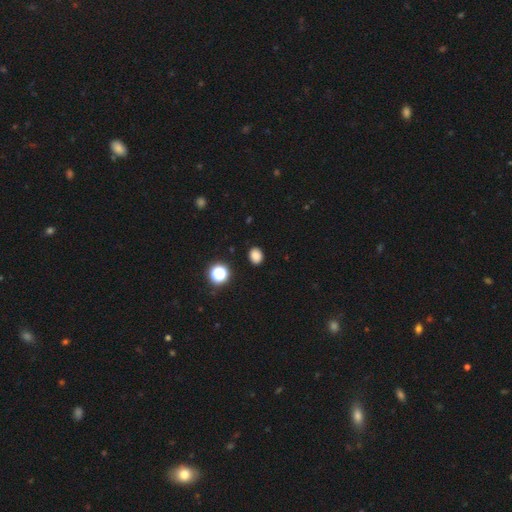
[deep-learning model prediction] A smooth galaxy with no disk features (82%) that is in between round and cigar-shaped (51%).

Vote fractions:
- Smooth or featured? smooth: 82% / star or artifact: 14% / featured or disk: 4%
- How rounded? in between: 51% / round: 48% / cigar-shaped: 1%
- Merging? none: 89% / minor disturbance: 7% / major disturbance: 2% / merger: 1%